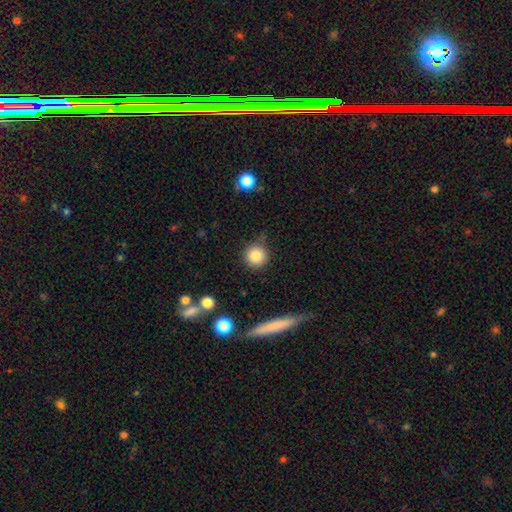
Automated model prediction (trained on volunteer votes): Smooth or featured?
  - smooth: 85% *
  - star or artifact: 9%
  - featured or disk: 6%
How rounded?
  - round: 94% *
  - in between: 5%
  - cigar-shaped: 1%
Merging?
  - none: 83% *
  - minor disturbance: 11%
  - merger: 3%
  - major disturbance: 3%